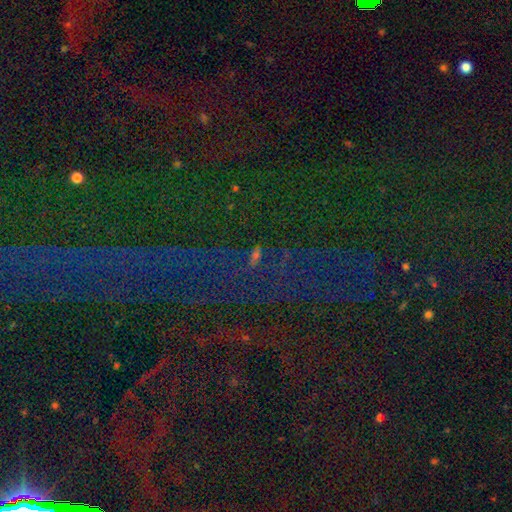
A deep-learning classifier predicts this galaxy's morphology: Smooth or featured?
  - star or artifact: 63% *
  - smooth: 23%
  - featured or disk: 14%